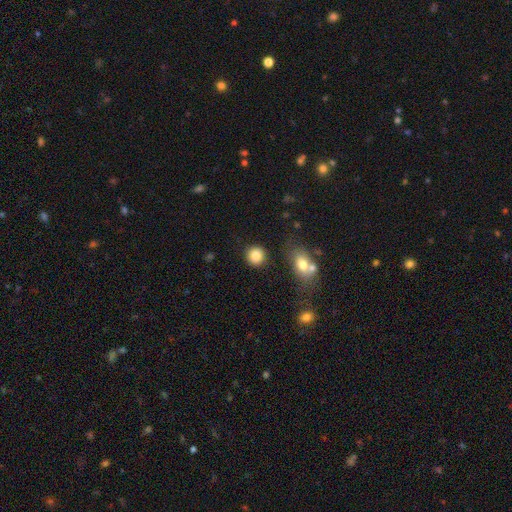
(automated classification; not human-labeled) A smooth galaxy with no disk features (85%) that is round (90%). Merging: none (87%).